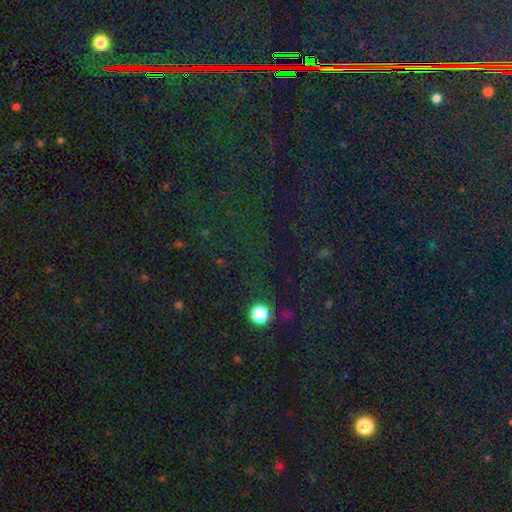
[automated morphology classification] smooth-or-featured: star or artifact: 79% | smooth: 14% | featured or disk: 7%